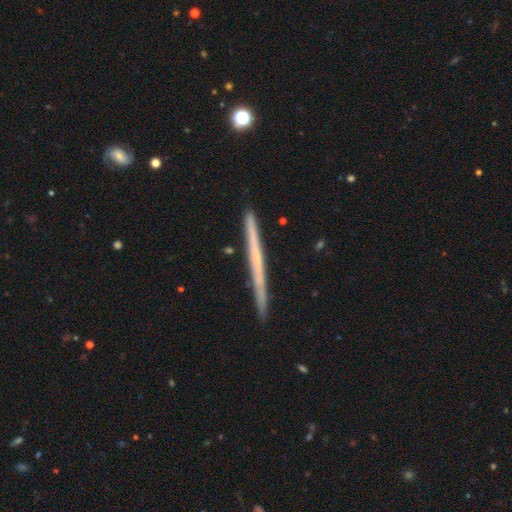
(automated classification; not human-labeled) Morphology: type=featured or disk (56%); edge-on=yes (97%); edge-on bulge=none (91%); merging=none (91%).